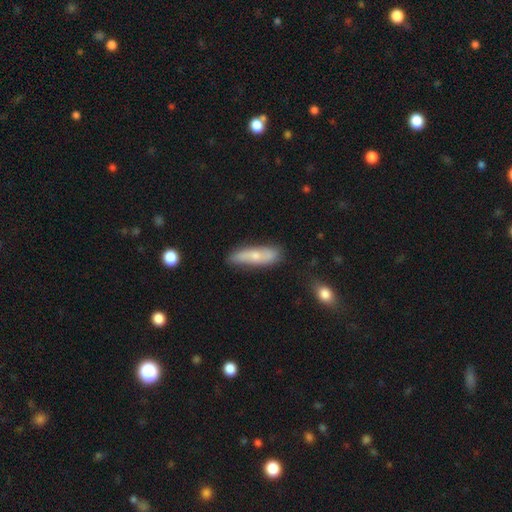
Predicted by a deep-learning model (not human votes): Smooth or featured?
  - smooth: 56% *
  - featured or disk: 37%
  - star or artifact: 7%
How rounded?
  - cigar-shaped: 60% *
  - in between: 38%
  - round: 3%
Merging?
  - none: 76% *
  - minor disturbance: 18%
  - major disturbance: 3%
  - merger: 3%